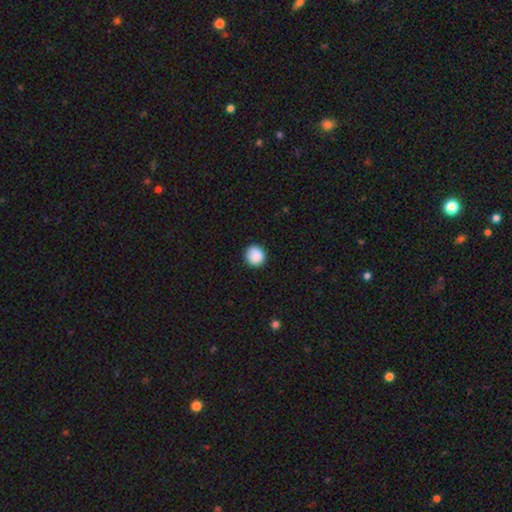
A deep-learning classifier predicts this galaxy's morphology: type=smooth (89%); roundness=round (84%); merging=none (88%).